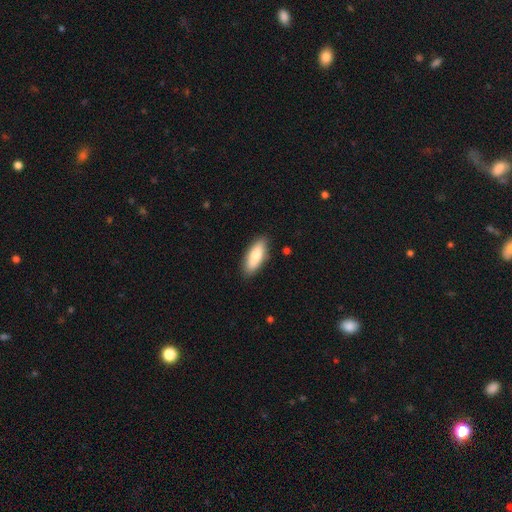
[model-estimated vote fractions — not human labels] This is clearly a smooth galaxy (81%). How rounded: likely in between (68%). Merging: clearly none (86%).